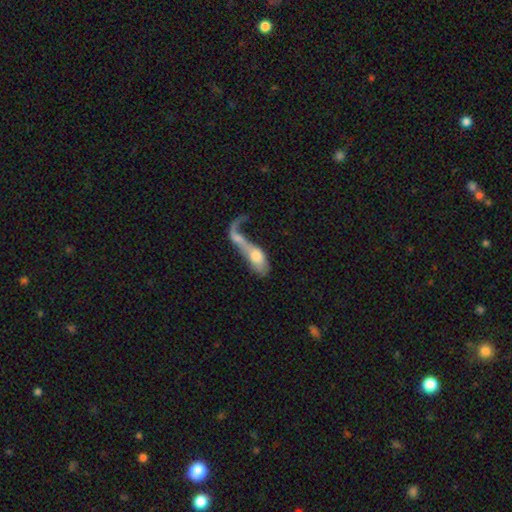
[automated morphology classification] The model was most divided on "smooth or featured": smooth: 50%, featured or disk: 42%, star or artifact: 7%. Remaining: how rounded — in between (69%); merging — merger (46%).